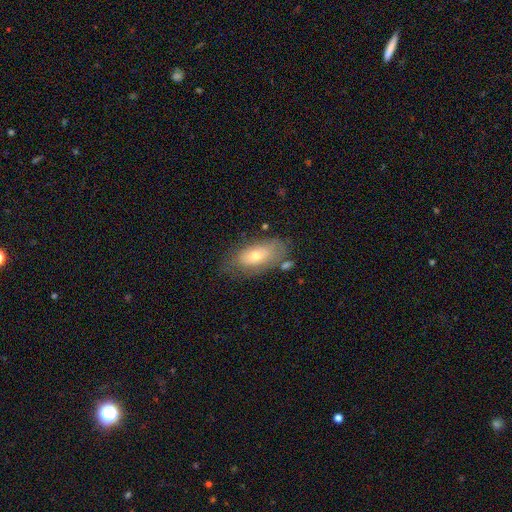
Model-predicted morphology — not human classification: Smooth or featured? Predicted: smooth (p=0.62). How rounded? Predicted: in between (p=0.89). Merging? Predicted: none (p=0.65).